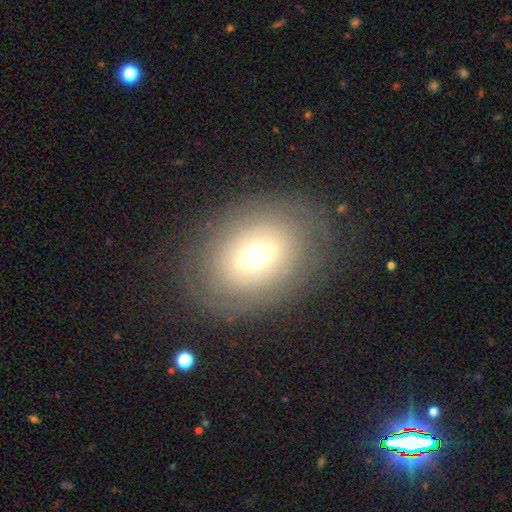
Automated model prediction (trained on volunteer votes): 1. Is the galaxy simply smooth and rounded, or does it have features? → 60% featured or disk, 30% smooth, 9% star or artifact.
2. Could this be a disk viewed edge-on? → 90% no, 10% yes.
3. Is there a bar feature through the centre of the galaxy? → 40% weak, 32% strong, 28% no.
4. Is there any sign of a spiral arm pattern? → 55% no, 45% yes.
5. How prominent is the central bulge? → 63% moderate, 17% large, 17% small, 3% dominant, 1% none.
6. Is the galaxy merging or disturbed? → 80% none, 12% minor disturbance, 6% major disturbance, 1% merger.